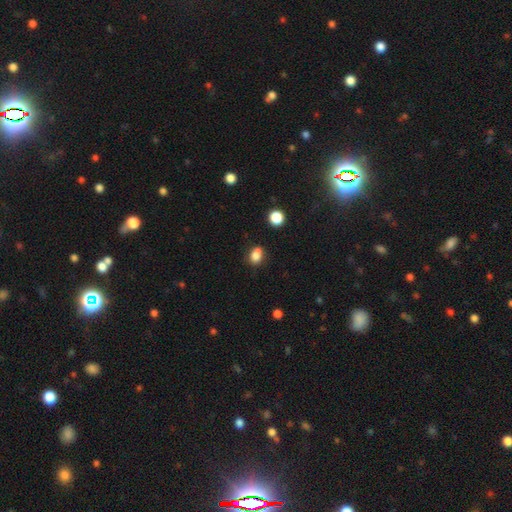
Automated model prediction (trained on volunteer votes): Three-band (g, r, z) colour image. It shows a smooth galaxy with no disk features (82%) that is in between round and cigar-shaped (63%). Merging: none (64%).